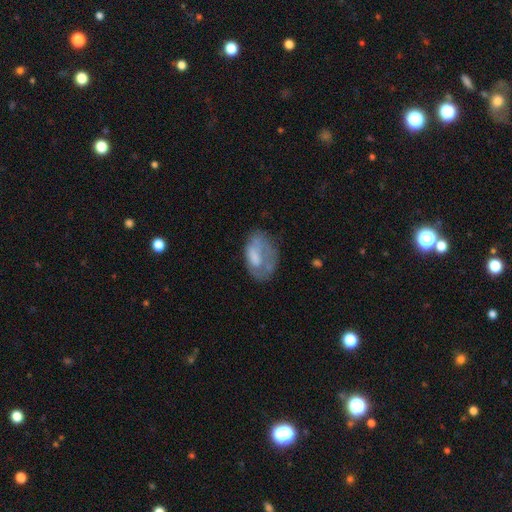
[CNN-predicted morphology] type=smooth (52%); roundness=in between (88%); merging=none (38%).